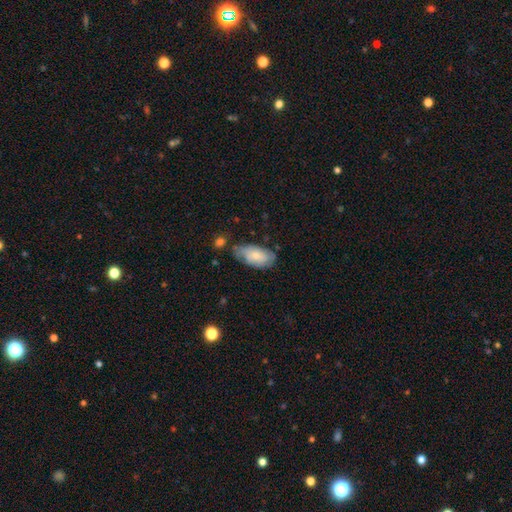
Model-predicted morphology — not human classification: type=smooth (65%); roundness=in between (93%); merging=none (53%).